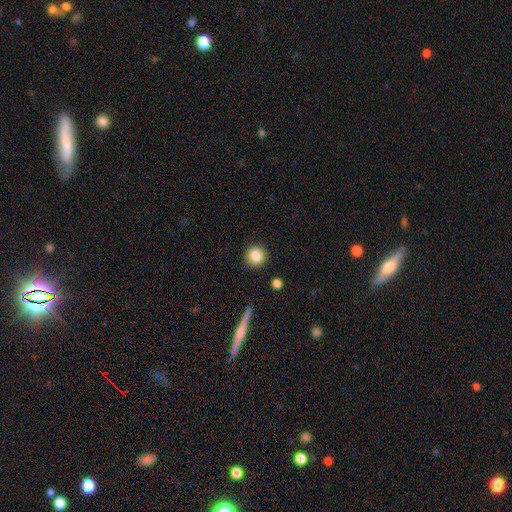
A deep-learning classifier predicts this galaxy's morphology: Smooth or featured?
  - smooth: 85% *
  - star or artifact: 9%
  - featured or disk: 6%
How rounded?
  - round: 92% *
  - in between: 7%
  - cigar-shaped: 1%
Merging?
  - none: 91% *
  - minor disturbance: 6%
  - major disturbance: 2%
  - merger: 2%